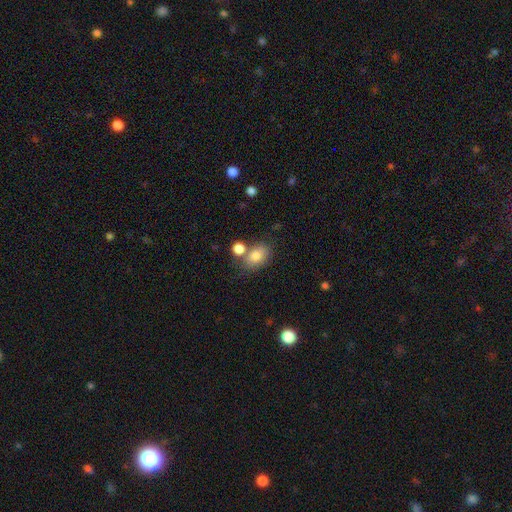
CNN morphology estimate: smooth 80%, featured or disk 10%, star or artifact 10%. Down the decision tree: how rounded — in between (73%); merging — none (59%).